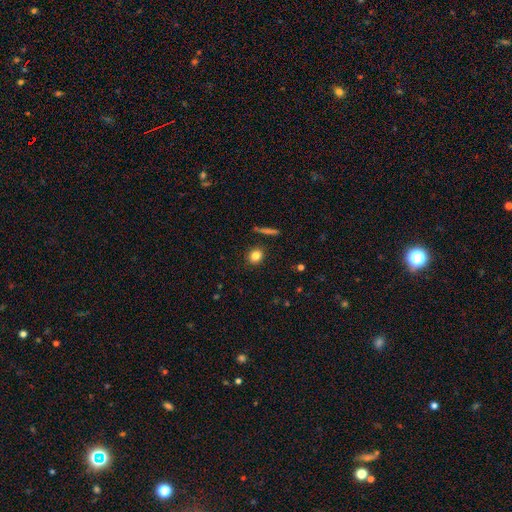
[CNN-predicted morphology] This is clearly a smooth galaxy (83%). How rounded: likely round (74%). Merging: clearly none (89%).